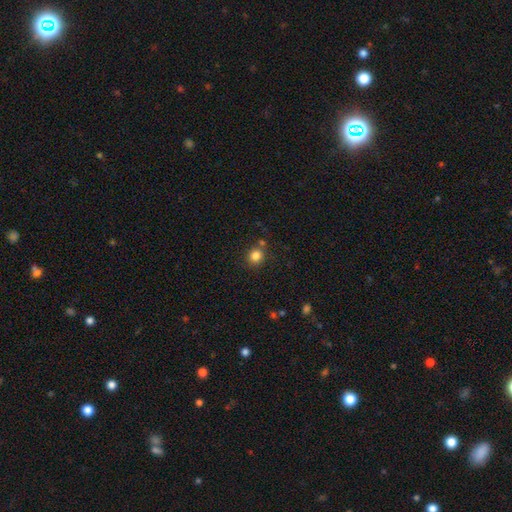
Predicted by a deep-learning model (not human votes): The model was most divided on "merging": none: 76%, minor disturbance: 11%, merger: 10%, major disturbance: 3%. More confident: how rounded — round (87%); smooth or featured — smooth (83%).